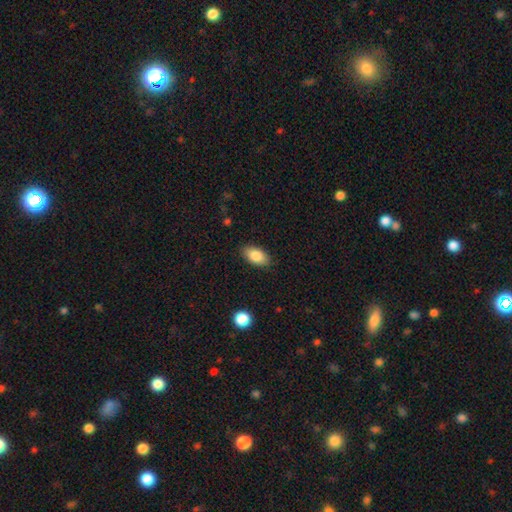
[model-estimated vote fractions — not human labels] Q: Smooth or featured?
A: smooth (85%); runner-up: featured or disk (8%)
Q: How rounded?
A: in between (92%); runner-up: round (4%)
Q: Merging?
A: none (86%); runner-up: minor disturbance (10%)